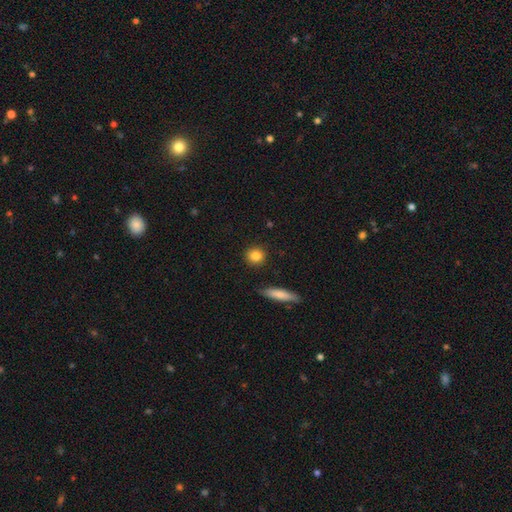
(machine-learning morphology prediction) Smooth or featured: smooth — 84% (star or artifact — 9%)
How rounded: round — 89% (in between — 9%)
Merging: none — 90% (minor disturbance — 6%)